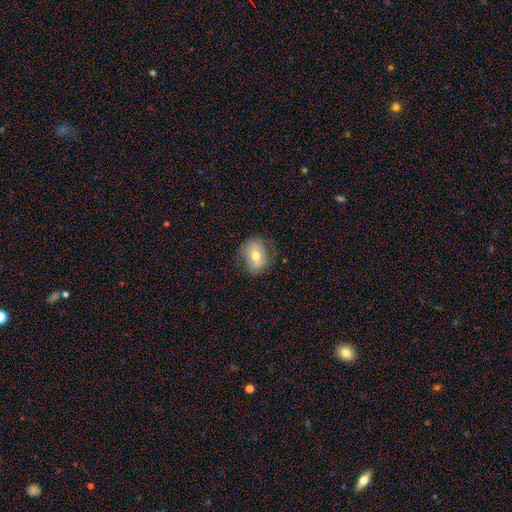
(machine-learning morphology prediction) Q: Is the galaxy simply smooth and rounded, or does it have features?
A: smooth — 55%.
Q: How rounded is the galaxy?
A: in between — 54%.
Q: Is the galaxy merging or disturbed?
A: none — 69%.